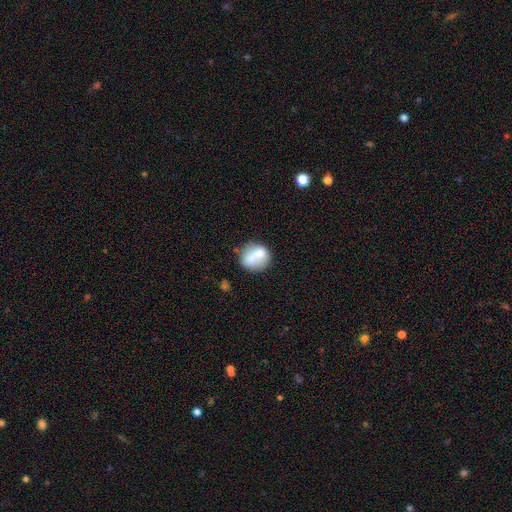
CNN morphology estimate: A smooth galaxy with no disk features (67%) that is round (75%).

Vote fractions:
- Smooth or featured? smooth: 67% / featured or disk: 24% / star or artifact: 9%
- How rounded? round: 75% / in between: 24% / cigar-shaped: 1%
- Merging? none: 47% / merger: 27% / minor disturbance: 18% / major disturbance: 8%